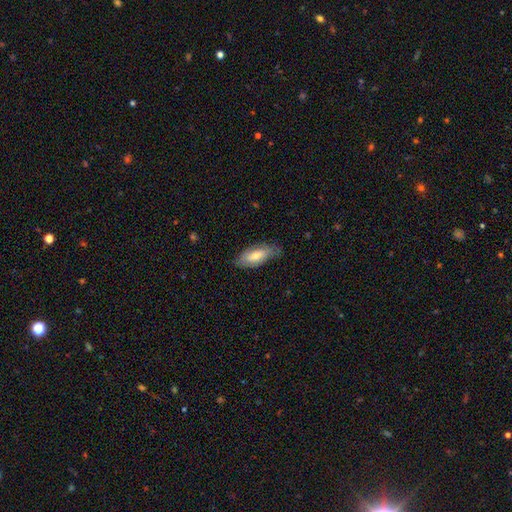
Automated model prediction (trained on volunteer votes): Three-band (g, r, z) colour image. It shows a smooth galaxy with no disk features (61%) that is in between round and cigar-shaped (80%). Merging: none (73%).